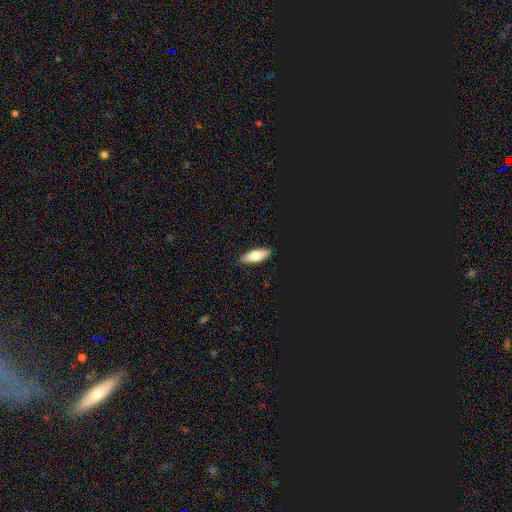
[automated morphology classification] Smooth or featured: smooth — 67% (featured or disk — 24%)
How rounded: in between — 63% (cigar-shaped — 34%)
Merging: none — 89% (minor disturbance — 8%)